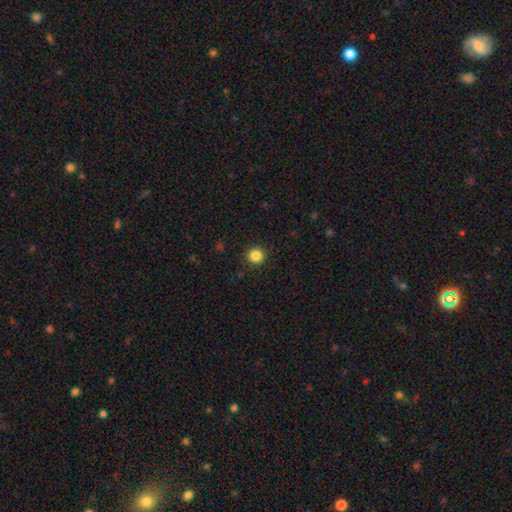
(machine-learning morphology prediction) smooth-or-featured: smooth: 85% | star or artifact: 11% | featured or disk: 4%
  how-rounded: round: 95% | in between: 4% | cigar-shaped: 1%
  merging: none: 92% | minor disturbance: 5% | major disturbance: 2% | merger: 1%